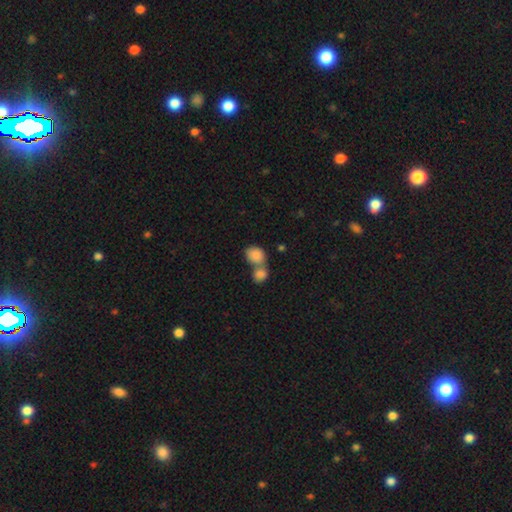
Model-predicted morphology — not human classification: This appears to be a smooth galaxy with no disk features (86%) that is in between round and cigar-shaped (58%). Merging: merger (63%).